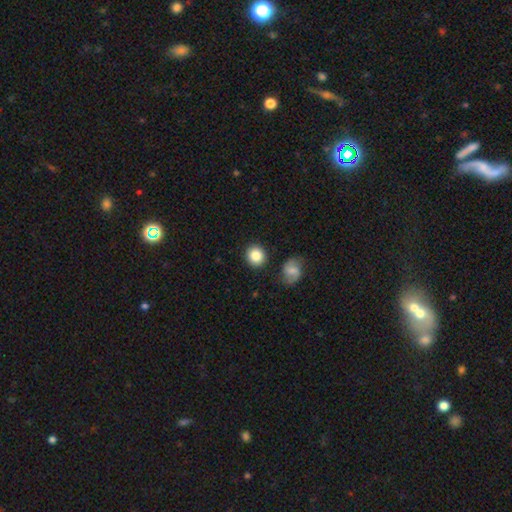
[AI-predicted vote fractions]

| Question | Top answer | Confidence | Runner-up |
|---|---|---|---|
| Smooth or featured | smooth | 84% | star or artifact (8%) |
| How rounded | round | 86% | in between (13%) |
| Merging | none | 86% | minor disturbance (8%) |